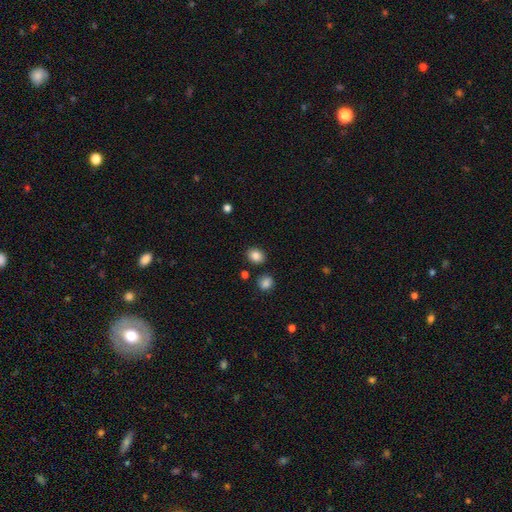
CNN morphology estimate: type=smooth (86%); roundness=in between (50%); merging=none (84%).